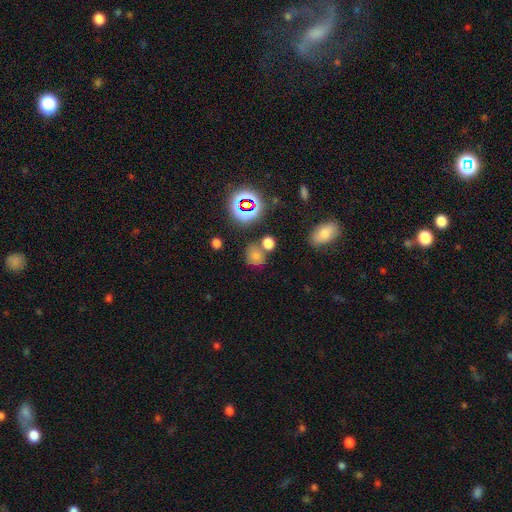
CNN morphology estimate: Smooth or featured: smooth — 48% (star or artifact — 41%)
Merging: none — 71% (minor disturbance — 12%)